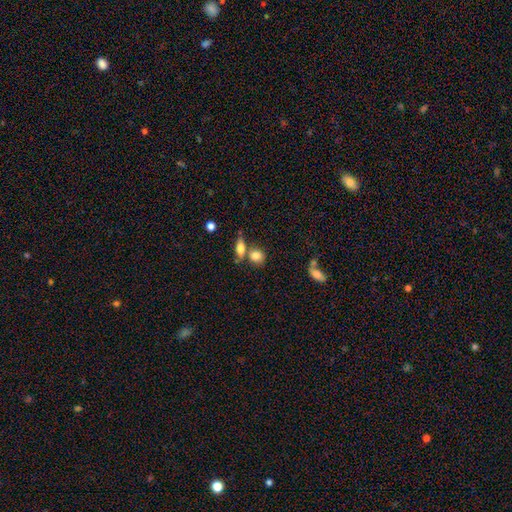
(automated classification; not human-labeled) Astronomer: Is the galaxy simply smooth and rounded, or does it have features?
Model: smooth — 80%.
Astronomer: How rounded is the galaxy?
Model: round — 57% (runner-up: in between, 38%).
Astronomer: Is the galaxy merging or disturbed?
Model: none — 56%.